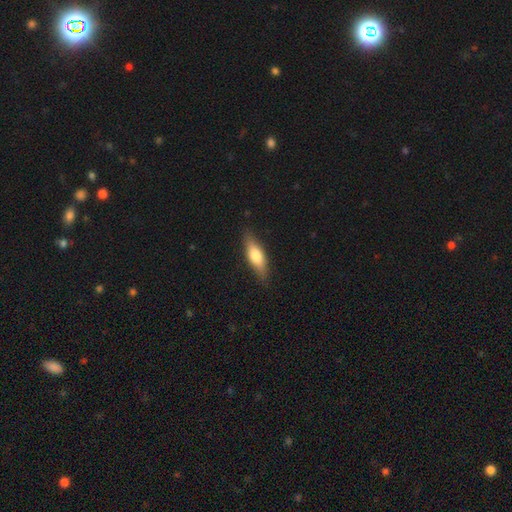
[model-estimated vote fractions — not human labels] The model was most divided on "how rounded": in between: 50%, cigar-shaped: 47%, round: 3%. More confident: merging — none (84%); smooth or featured — smooth (66%).